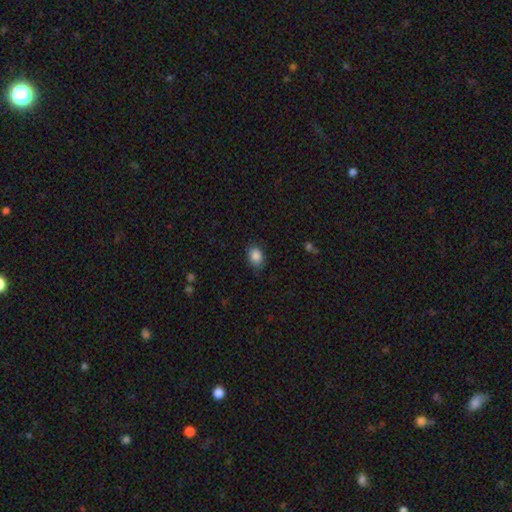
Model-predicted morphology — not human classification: Overall: smooth (87%). How rounded: in between (70%). Merging: none (81%).